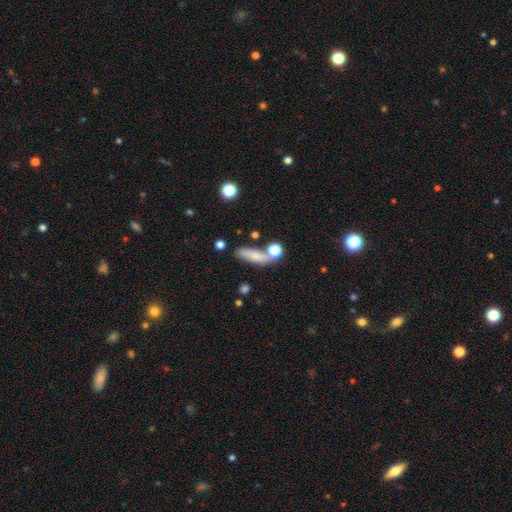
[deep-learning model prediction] A smooth galaxy with no disk features (68%) that is cigar-shaped (52%).

Vote fractions:
- Smooth or featured? smooth: 68% / featured or disk: 22% / star or artifact: 10%
- How rounded? cigar-shaped: 52% / in between: 41% / round: 7%
- Merging? none: 57% / minor disturbance: 18% / merger: 17% / major disturbance: 8%